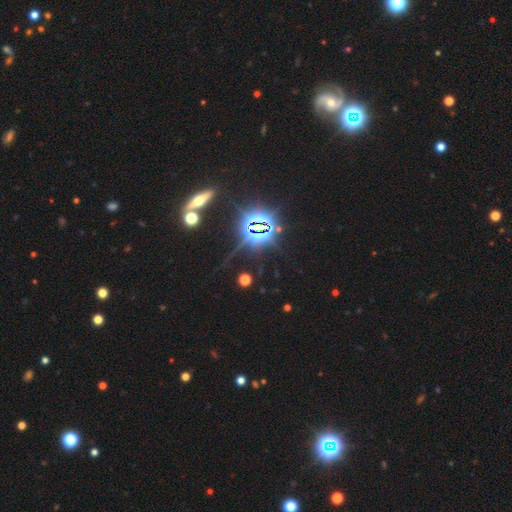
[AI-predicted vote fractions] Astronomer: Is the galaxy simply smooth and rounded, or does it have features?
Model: star or artifact — 81%.